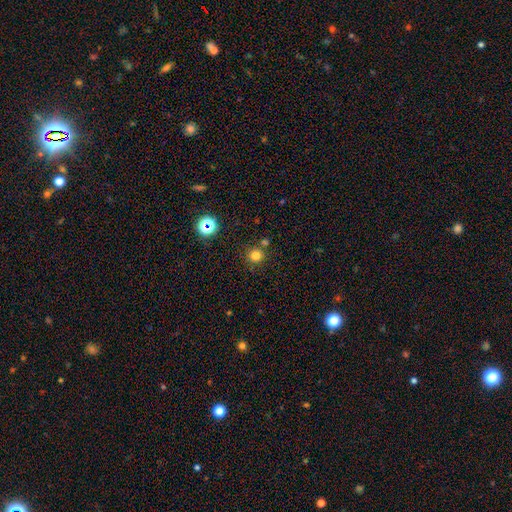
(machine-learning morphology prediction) The model was most divided on "smooth or featured": smooth: 76%, star or artifact: 18%, featured or disk: 6%. More confident: how rounded — round (94%); merging — none (79%).